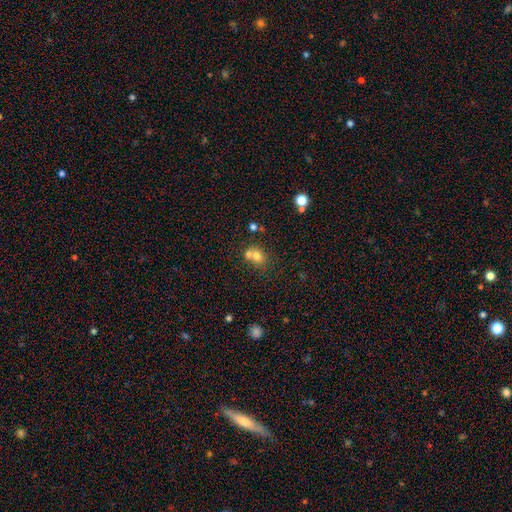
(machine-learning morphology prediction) This appears to be a smooth galaxy with no disk features (70%) that is round (71%). Merging: merger (52%).